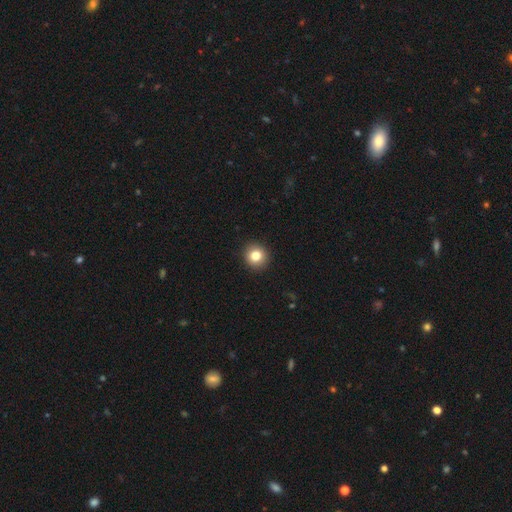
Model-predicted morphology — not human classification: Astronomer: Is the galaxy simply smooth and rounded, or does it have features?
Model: smooth — 82%.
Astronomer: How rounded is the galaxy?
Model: round — 92%.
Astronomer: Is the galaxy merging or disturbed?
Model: none — 93%.